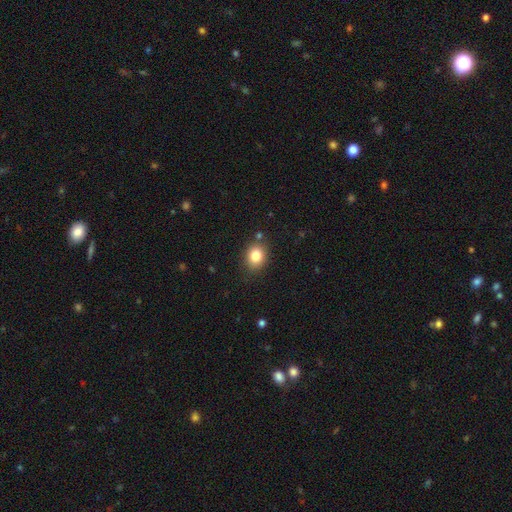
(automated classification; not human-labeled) This is clearly a smooth galaxy (82%). How rounded: possibly round (58%). Merging: clearly none (83%).